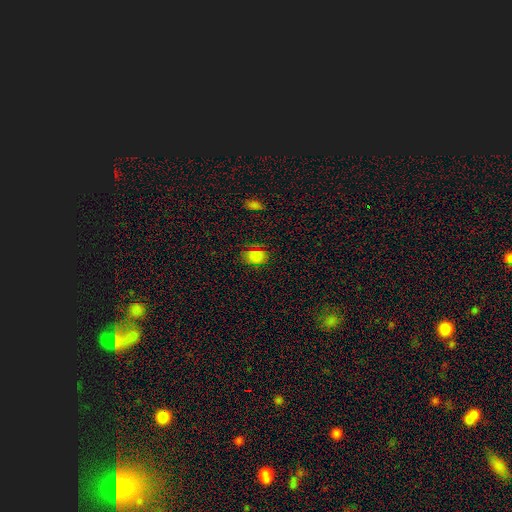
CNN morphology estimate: Smooth or featured: smooth — 77% (star or artifact — 18%)
How rounded: in between — 73% (round — 26%)
Merging: none — 77% (minor disturbance — 16%)